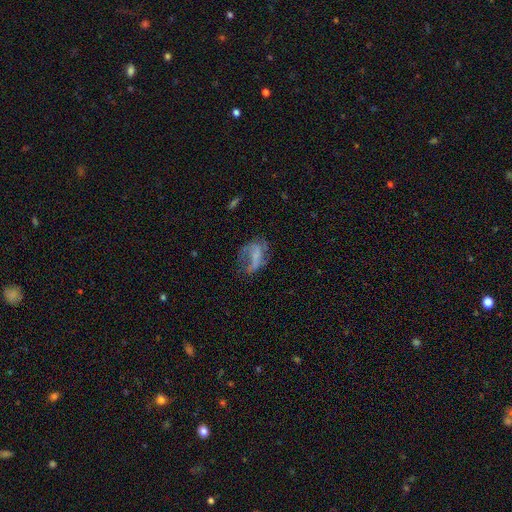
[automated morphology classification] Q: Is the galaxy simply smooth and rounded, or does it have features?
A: featured or disk — 55%.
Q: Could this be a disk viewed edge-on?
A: no — 96%.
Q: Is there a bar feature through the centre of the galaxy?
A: no — 46%.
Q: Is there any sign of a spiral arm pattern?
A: yes — 51%.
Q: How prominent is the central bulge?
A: none — 59%.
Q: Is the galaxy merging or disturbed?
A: major disturbance — 39%.